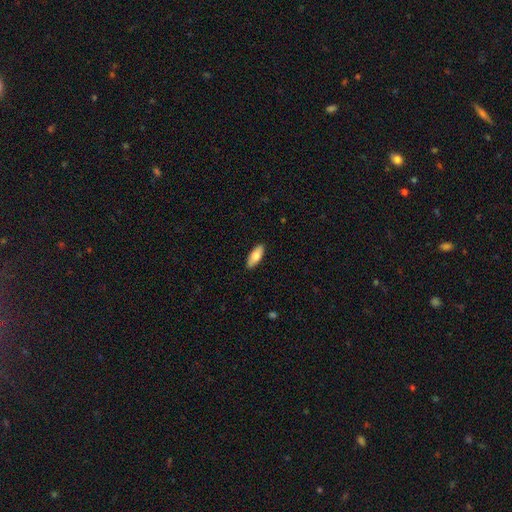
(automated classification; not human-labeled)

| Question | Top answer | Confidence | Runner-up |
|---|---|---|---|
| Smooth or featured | smooth | 77% | featured or disk (18%) |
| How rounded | in between | 78% | cigar-shaped (20%) |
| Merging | none | 89% | minor disturbance (9%) |